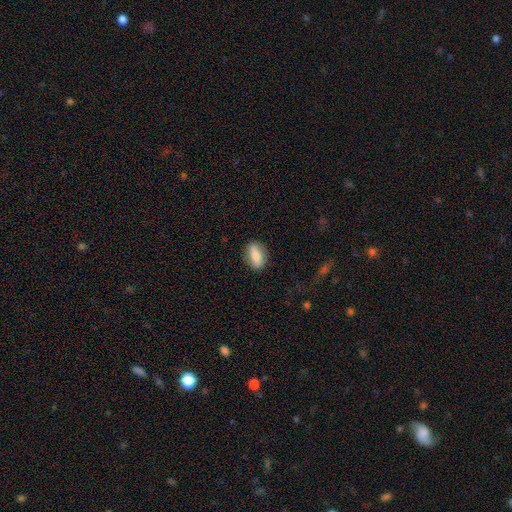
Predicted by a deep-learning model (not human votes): Morphology: type=smooth (71%); roundness=in between (77%); merging=none (84%).